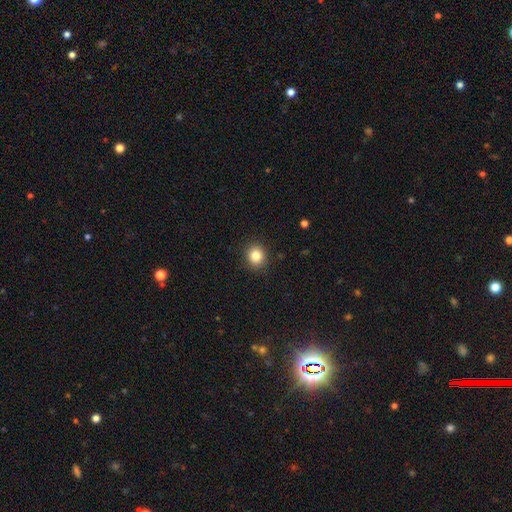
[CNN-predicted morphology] A smooth galaxy with no disk features (83%) that is round (77%). Merging: none (90%).